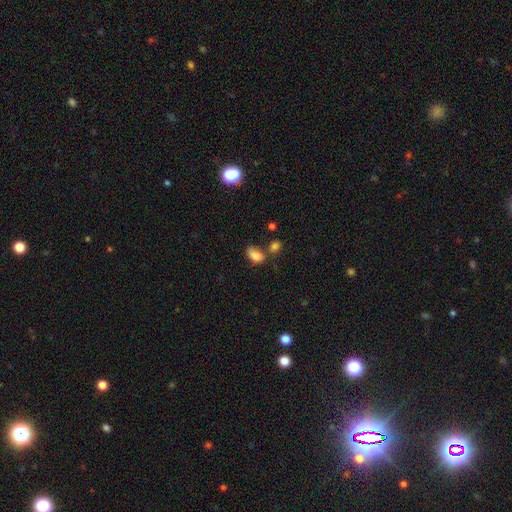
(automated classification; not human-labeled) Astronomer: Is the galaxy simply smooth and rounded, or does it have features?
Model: smooth — 83%.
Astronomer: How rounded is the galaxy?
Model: in between — 90%.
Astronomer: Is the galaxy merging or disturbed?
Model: none — 43% (runner-up: merger, 27%).